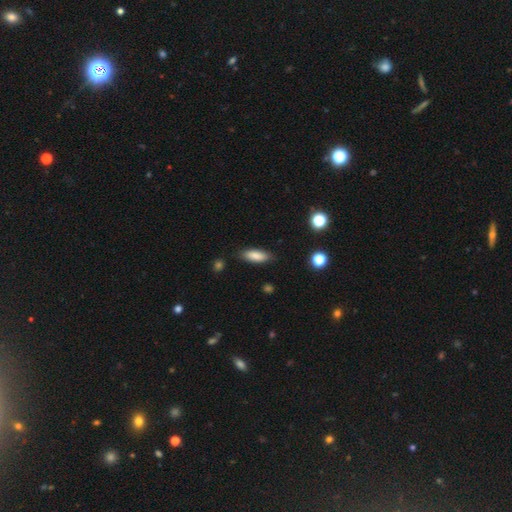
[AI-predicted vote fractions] Smooth or featured? Predicted: smooth (p=0.84). How rounded? Predicted: in between (p=0.67). Merging? Predicted: none (p=0.85).